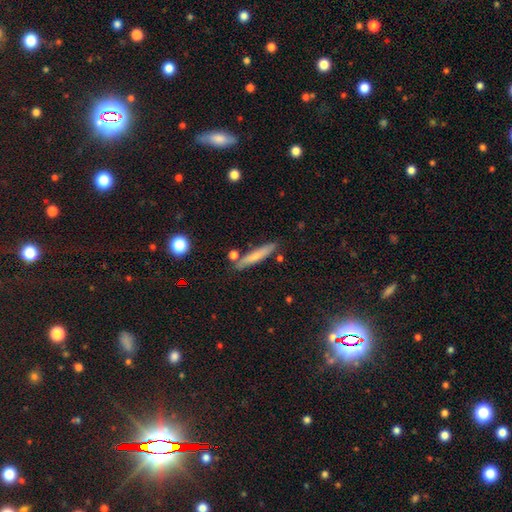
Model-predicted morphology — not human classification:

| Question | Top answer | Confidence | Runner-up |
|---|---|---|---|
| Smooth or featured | smooth | 67% | featured or disk (24%) |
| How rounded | cigar-shaped | 91% | in between (7%) |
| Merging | none | 83% | minor disturbance (10%) |